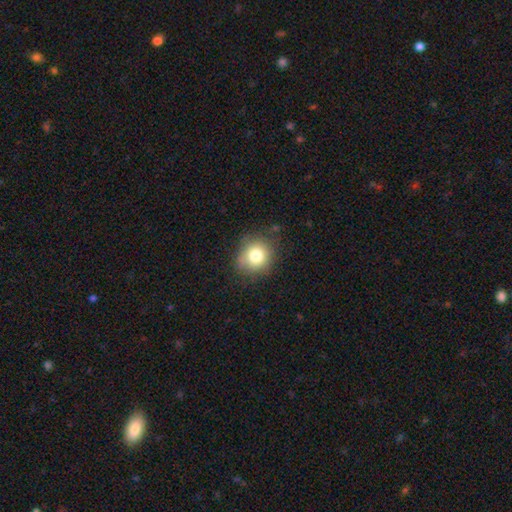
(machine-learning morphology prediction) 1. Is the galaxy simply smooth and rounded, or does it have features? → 79% smooth, 11% star or artifact, 10% featured or disk.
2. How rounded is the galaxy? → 82% round, 17% in between, 1% cigar-shaped.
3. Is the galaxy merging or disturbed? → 77% none, 16% minor disturbance, 5% major disturbance, 2% merger.